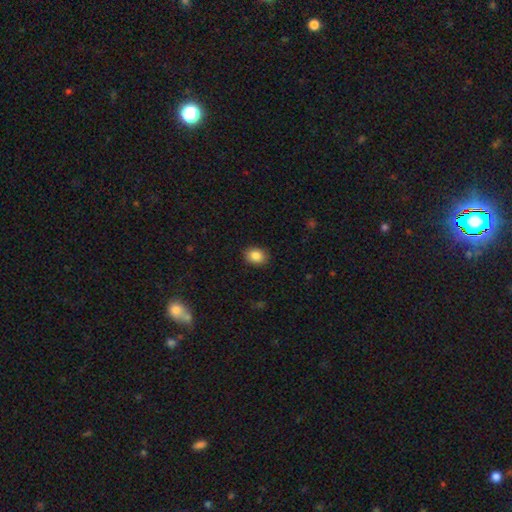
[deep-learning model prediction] Q: Smooth or featured?
A: smooth (87%); runner-up: star or artifact (9%)
Q: How rounded?
A: in between (56%); runner-up: round (43%)
Q: Merging?
A: none (89%); runner-up: minor disturbance (8%)